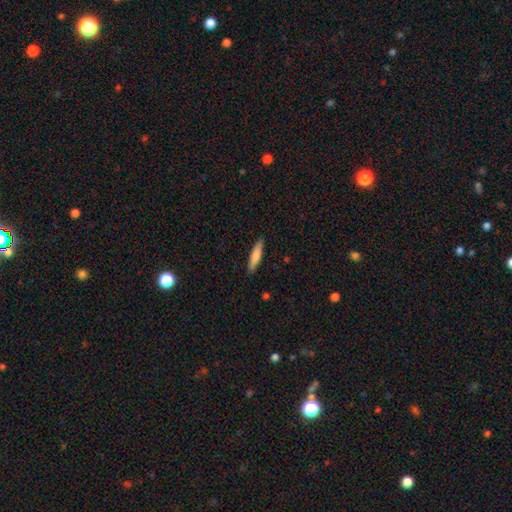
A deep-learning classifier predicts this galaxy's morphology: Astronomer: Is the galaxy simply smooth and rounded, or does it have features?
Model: smooth — 76%.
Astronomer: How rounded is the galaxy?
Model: cigar-shaped — 83%.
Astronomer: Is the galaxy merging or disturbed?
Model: none — 89%.